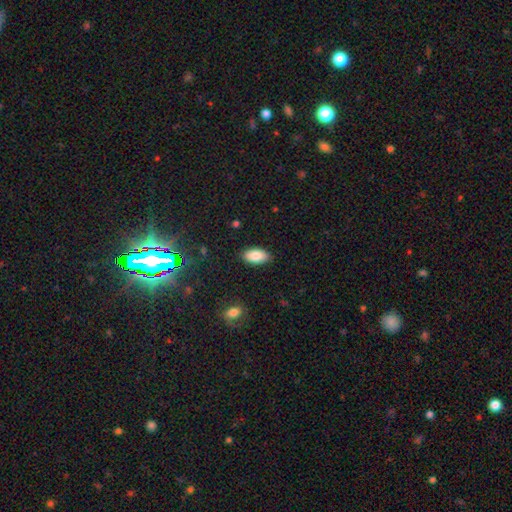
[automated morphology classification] Smooth or featured: smooth — 86% (star or artifact — 7%)
How rounded: in between — 94% (cigar-shaped — 4%)
Merging: none — 87% (minor disturbance — 9%)